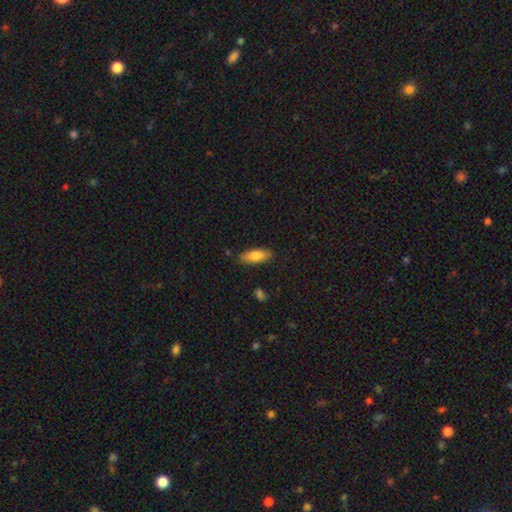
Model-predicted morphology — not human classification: Smooth or featured? Predicted: smooth (p=0.78). How rounded? Predicted: in between (p=0.67). Merging? Predicted: none (p=0.86).